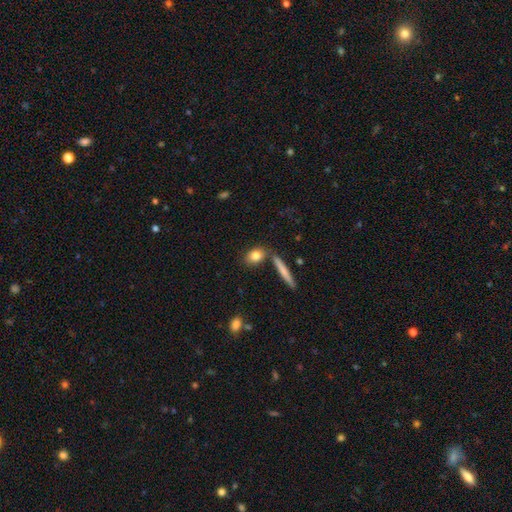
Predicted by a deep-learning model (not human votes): Smooth or featured? smooth (82%)
How rounded? in between (66%)
Merging? none (74%)